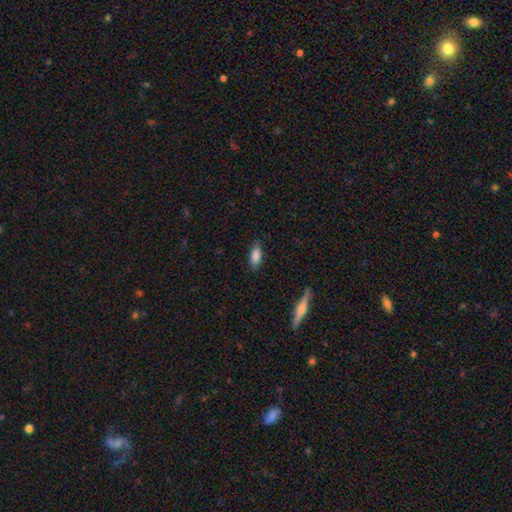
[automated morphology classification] Q: Smooth or featured?
A: smooth (84%); runner-up: featured or disk (9%)
Q: How rounded?
A: in between (79%); runner-up: cigar-shaped (19%)
Q: Merging?
A: none (85%); runner-up: minor disturbance (12%)